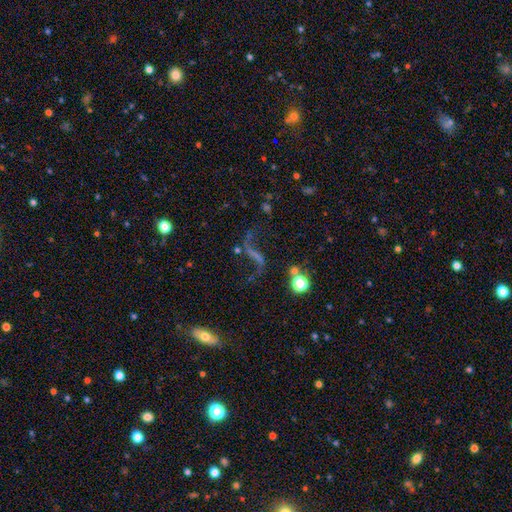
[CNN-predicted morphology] This is likely a featured or disk galaxy (69%). It is clearly not viewed edge-on (92%). Bar: marginally no (37%). Spiral arm pattern: clearly yes (87%). Spiral arm count: clearly 2 (90%). Spiral winding: clearly loose (92%). Central bulge: likely none (62%). Merging: likely none (64%).